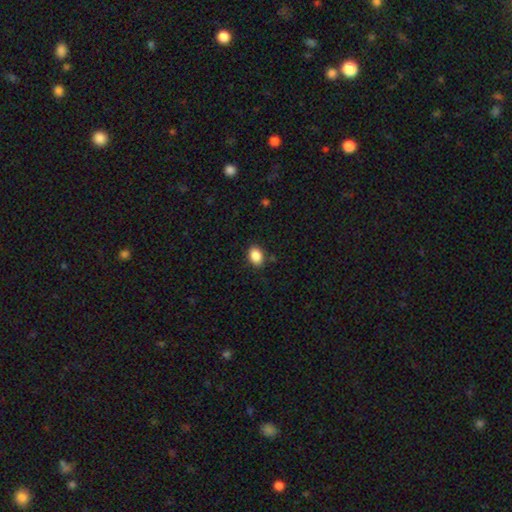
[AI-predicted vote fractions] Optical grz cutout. It shows a smooth galaxy with no disk features (88%) that is in between round and cigar-shaped (73%). Merging: none (85%).